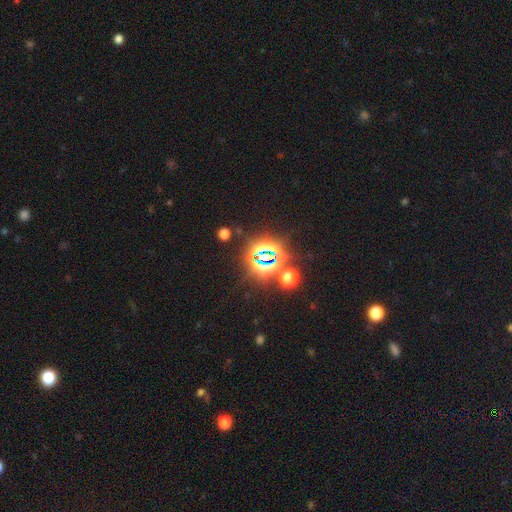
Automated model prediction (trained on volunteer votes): A star or artifact, not a galaxy (79%).

Vote fractions:
- Smooth or featured? star or artifact: 79% / smooth: 13% / featured or disk: 8%